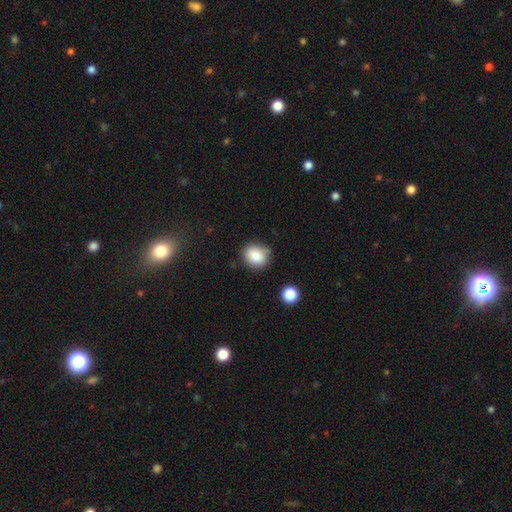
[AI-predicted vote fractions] This appears to be a smooth galaxy with no disk features (86%) that is round (67%). Merging: none (78%).